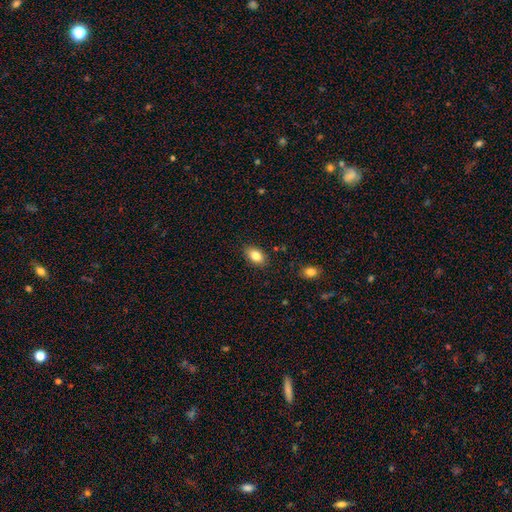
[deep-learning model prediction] smooth_or_featured: smooth (p=0.85) [alt: star or artifact p=0.08]
how_rounded: in between (p=0.90) [alt: round p=0.08]
merging: none (p=0.85) [alt: minor disturbance p=0.11]